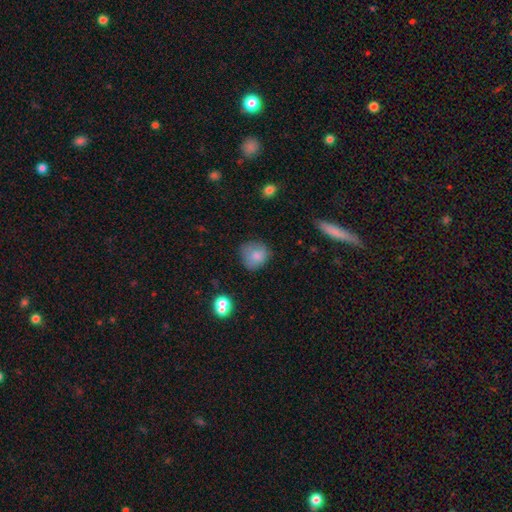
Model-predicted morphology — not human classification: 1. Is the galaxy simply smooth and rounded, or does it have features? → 80% smooth, 10% featured or disk, 9% star or artifact.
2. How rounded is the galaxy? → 82% round, 17% in between, 1% cigar-shaped.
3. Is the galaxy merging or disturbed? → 67% none, 24% minor disturbance, 7% major disturbance, 2% merger.